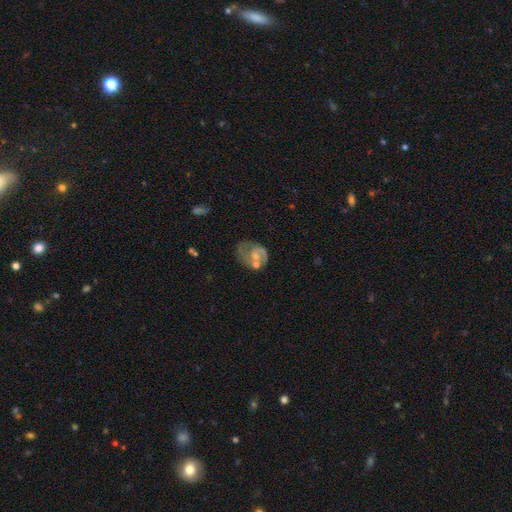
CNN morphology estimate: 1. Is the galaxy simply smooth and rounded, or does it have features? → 66% featured or disk, 23% smooth, 11% star or artifact.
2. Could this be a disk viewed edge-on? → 97% no, 3% yes.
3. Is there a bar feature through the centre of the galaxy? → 63% no, 31% weak, 6% strong.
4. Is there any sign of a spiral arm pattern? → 70% yes, 30% no.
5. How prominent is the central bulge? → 47% small, 38% moderate, 10% none, 3% large, 1% dominant.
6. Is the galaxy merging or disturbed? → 46% none, 21% minor disturbance, 18% major disturbance, 15% merger.